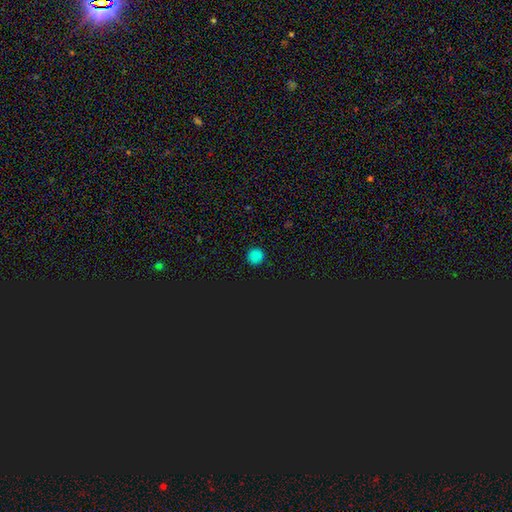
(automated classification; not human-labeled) smooth_or_featured: smooth (p=0.78) [alt: star or artifact p=0.19]
how_rounded: round (p=0.95) [alt: in between p=0.04]
merging: none (p=0.91) [alt: minor disturbance p=0.06]